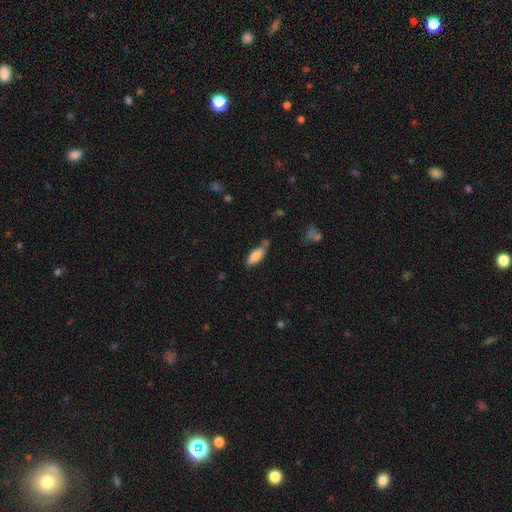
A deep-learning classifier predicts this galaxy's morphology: type=smooth (85%); roundness=in between (74%); merging=none (58%).